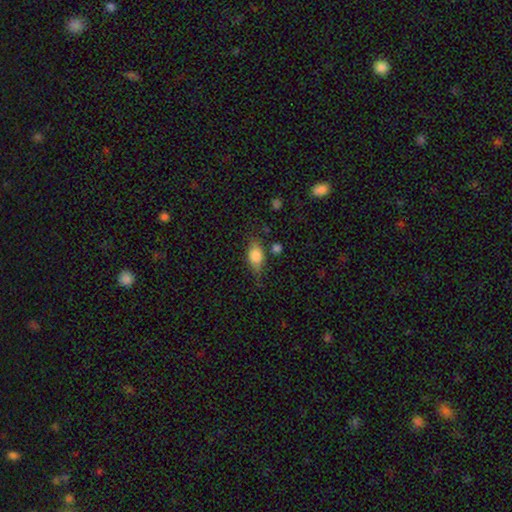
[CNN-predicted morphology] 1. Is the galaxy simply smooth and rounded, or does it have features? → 78% smooth, 14% featured or disk, 8% star or artifact.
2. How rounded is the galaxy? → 83% in between, 10% round, 8% cigar-shaped.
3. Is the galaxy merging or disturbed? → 64% none, 24% minor disturbance, 7% major disturbance, 4% merger.